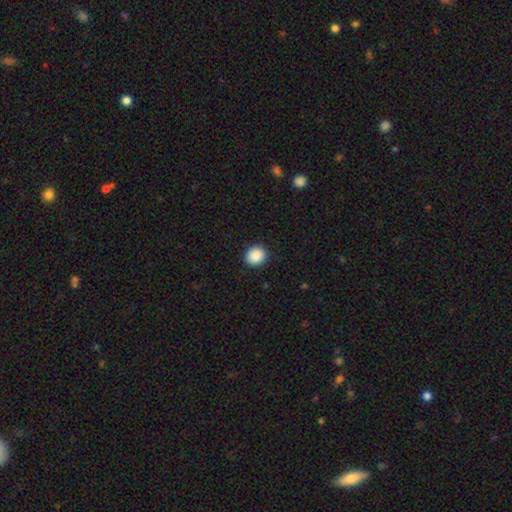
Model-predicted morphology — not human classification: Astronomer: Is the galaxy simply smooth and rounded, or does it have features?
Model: smooth — 89%.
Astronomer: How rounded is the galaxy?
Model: round — 79%.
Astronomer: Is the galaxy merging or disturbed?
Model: none — 91%.